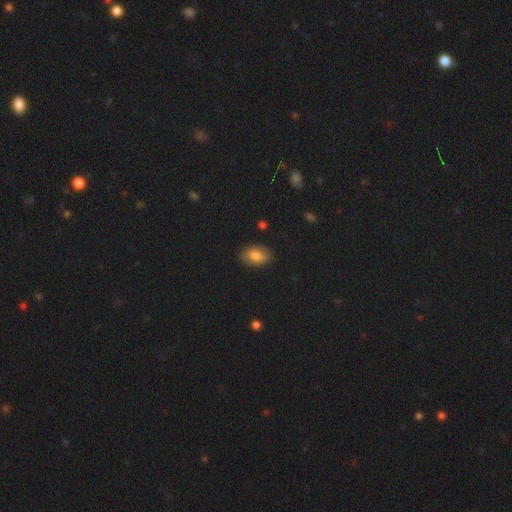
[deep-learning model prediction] A smooth galaxy with no disk features (82%) that is in between round and cigar-shaped (87%).

Vote fractions:
- Smooth or featured? smooth: 82% / featured or disk: 9% / star or artifact: 9%
- How rounded? in between: 87% / round: 11% / cigar-shaped: 2%
- Merging? none: 84% / minor disturbance: 12% / major disturbance: 3% / merger: 1%